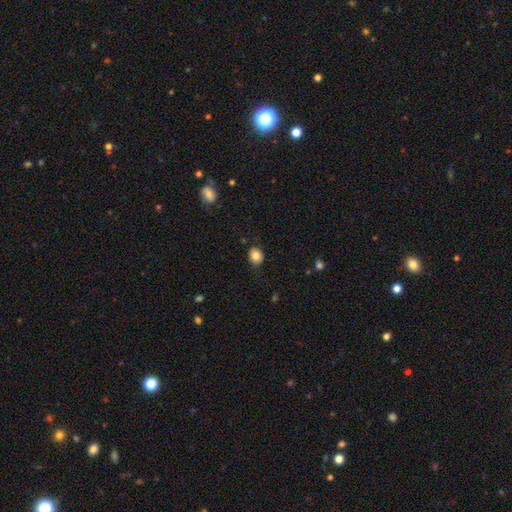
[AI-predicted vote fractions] Morphology: type=smooth (83%); roundness=round (61%); merging=none (82%).